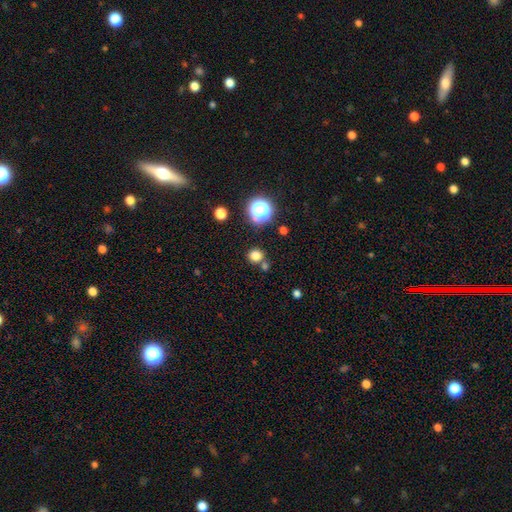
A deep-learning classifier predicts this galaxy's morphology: Smooth or featured? smooth (77%)
How rounded? round (86%)
Merging? none (75%)